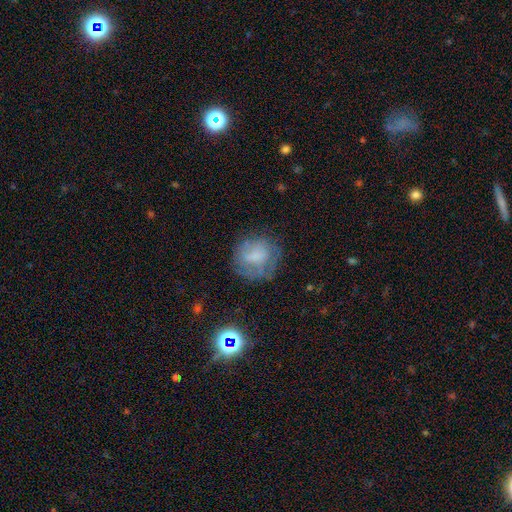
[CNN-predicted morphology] smooth_or_featured: smooth (p=0.53) [alt: featured or disk p=0.34]
how_rounded: round (p=0.80) [alt: in between p=0.19]
merging: none (p=0.59) [alt: minor disturbance p=0.22]